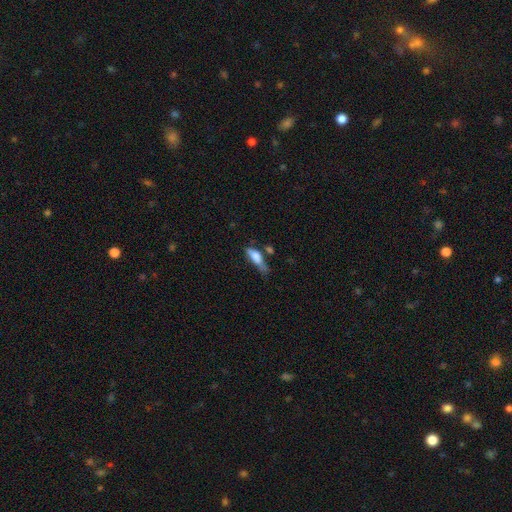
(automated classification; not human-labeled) The model was most divided on "merging": minor disturbance: 33%, none: 32%, major disturbance: 22%, merger: 13%. More confident: smooth or featured — smooth (70%); how rounded — in between (52%).